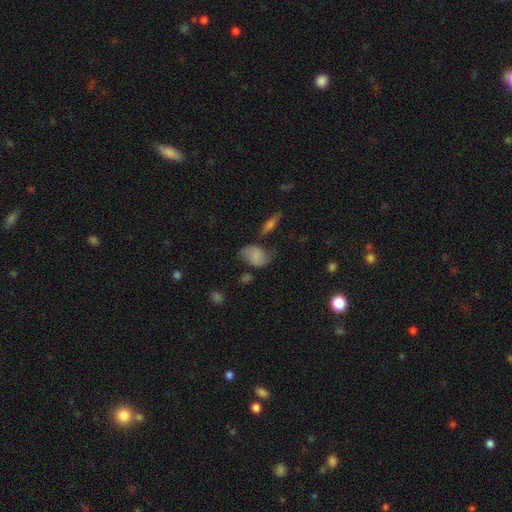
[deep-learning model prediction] A smooth galaxy with no disk features (53%) that is in between round and cigar-shaped (79%).

Vote fractions:
- Smooth or featured? smooth: 53% / featured or disk: 38% / star or artifact: 10%
- How rounded? in between: 79% / round: 19% / cigar-shaped: 2%
- Merging? none: 52% / minor disturbance: 27% / major disturbance: 12% / merger: 9%